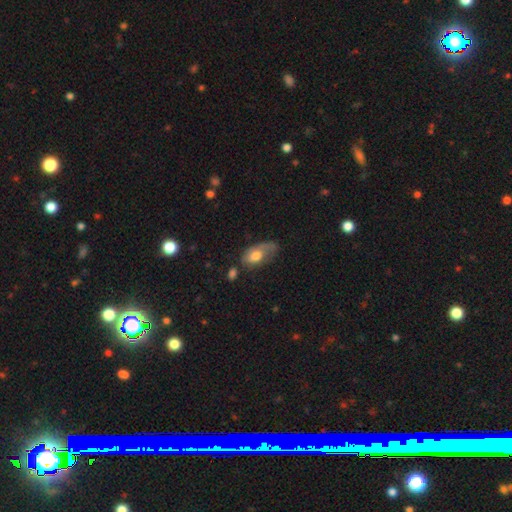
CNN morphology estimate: A smooth galaxy with no disk features (65%) that is in between round and cigar-shaped (89%).

Vote fractions:
- Smooth or featured? smooth: 65% / featured or disk: 28% / star or artifact: 7%
- How rounded? in between: 89% / round: 6% / cigar-shaped: 4%
- Merging? minor disturbance: 33% / major disturbance: 32% / none: 29% / merger: 6%